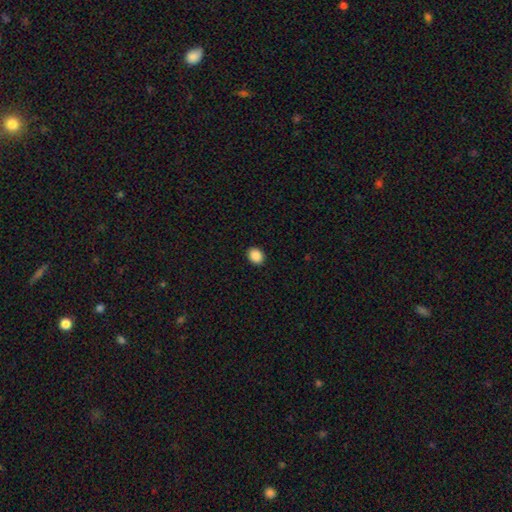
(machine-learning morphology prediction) smooth-or-featured: smooth: 88% | star or artifact: 9% | featured or disk: 3%
  how-rounded: round: 53% | in between: 47% | cigar-shaped: 1%
  merging: none: 91% | minor disturbance: 6% | major disturbance: 2% | merger: 1%